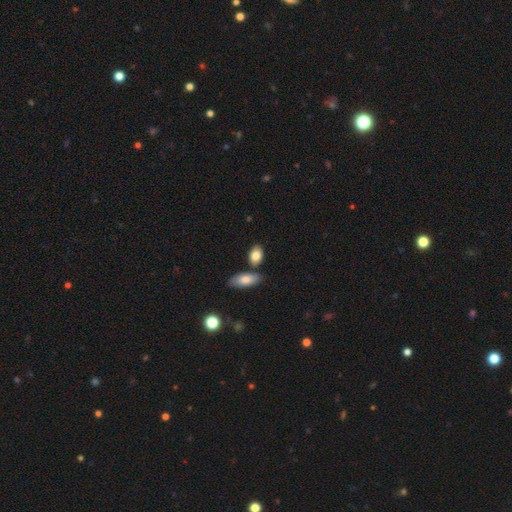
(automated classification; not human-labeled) This appears to be a smooth galaxy with no disk features (83%) that is in between round and cigar-shaped (87%). Merging: none (70%).